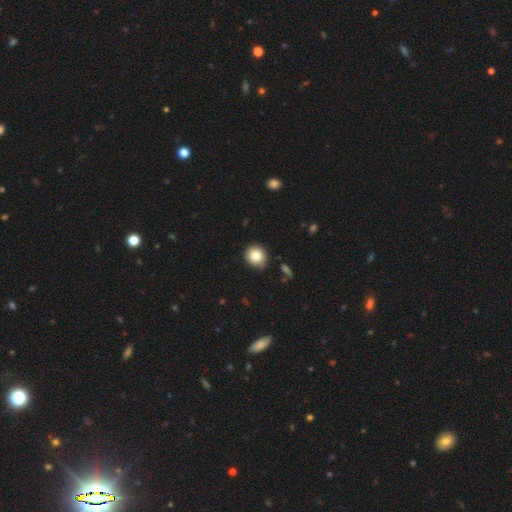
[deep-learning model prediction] This appears to be a smooth galaxy with no disk features (83%) that is round (85%). Merging: none (85%).